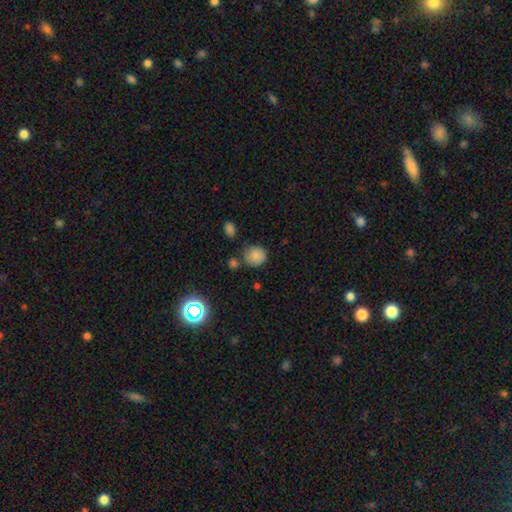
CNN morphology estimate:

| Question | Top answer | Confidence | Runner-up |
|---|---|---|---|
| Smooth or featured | smooth | 80% | star or artifact (13%) |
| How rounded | round | 83% | in between (16%) |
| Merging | none | 67% | minor disturbance (19%) |